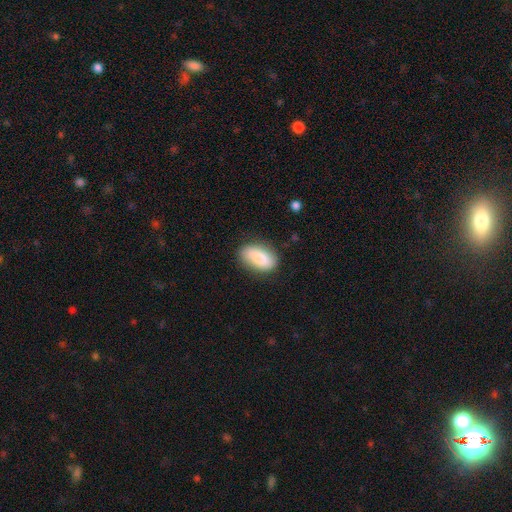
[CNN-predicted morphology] This is clearly a smooth galaxy (83%). How rounded: clearly in between (91%). Merging: likely none (76%).